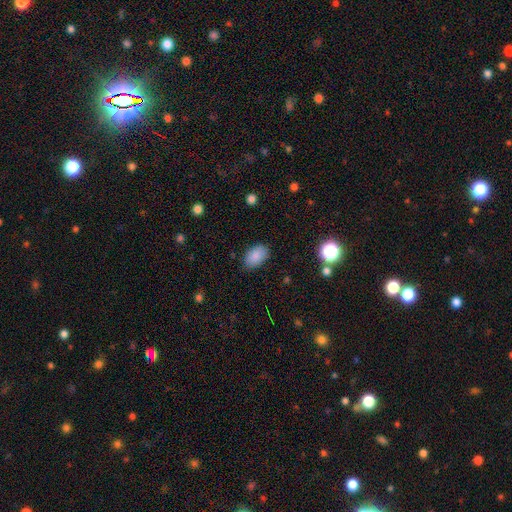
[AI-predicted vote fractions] This is clearly a smooth galaxy (85%). How rounded: clearly in between (91%). Merging: clearly none (84%).